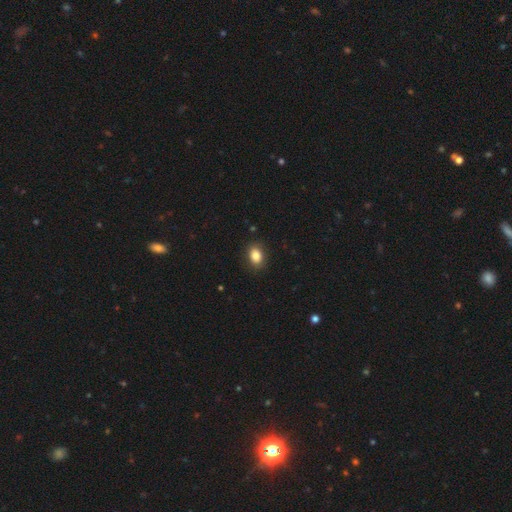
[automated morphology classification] This is clearly a smooth galaxy (84%). How rounded: likely in between (76%). Merging: clearly none (87%).